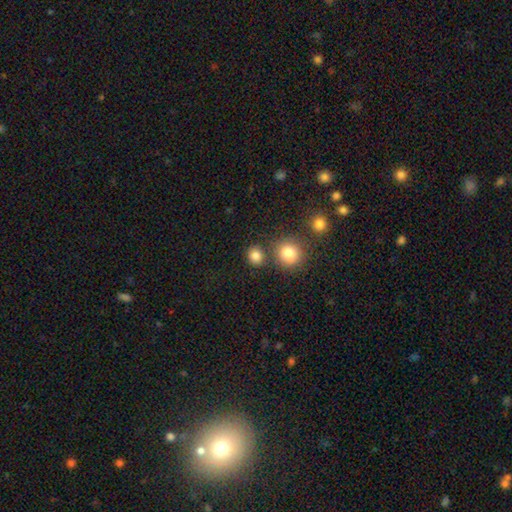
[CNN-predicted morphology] A smooth galaxy with no disk features (82%) that is round (81%).

Vote fractions:
- Smooth or featured? smooth: 82% / star or artifact: 13% / featured or disk: 5%
- How rounded? round: 81% / in between: 18% / cigar-shaped: 1%
- Merging? none: 76% / merger: 13% / minor disturbance: 8% / major disturbance: 3%